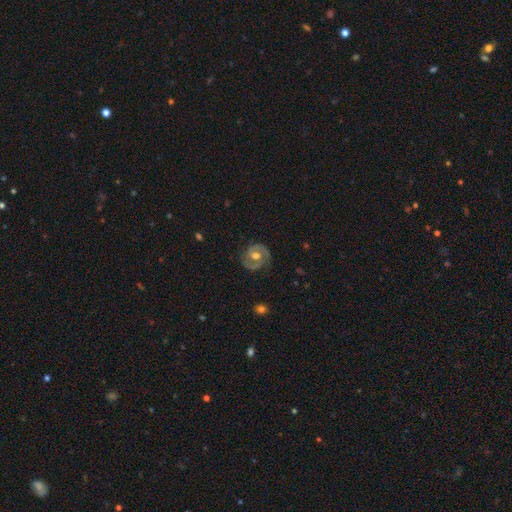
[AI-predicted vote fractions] smooth_or_featured: featured or disk (p=0.82) [alt: smooth p=0.13]
disk_edge_on: no (p=0.97) [alt: yes p=0.03]
bar: no (p=0.47) [alt: weak p=0.41]
has_spiral_arms: yes (p=0.92) [alt: no p=0.08]
spiral_winding: tight (p=0.45) [tied with: medium p=0.45]
spiral_arm_count: 2 (p=0.89) [alt: can't tell p=0.05]
bulge_size: moderate (p=0.75) [alt: small p=0.13]
merging: none (p=0.81) [alt: minor disturbance p=0.14]